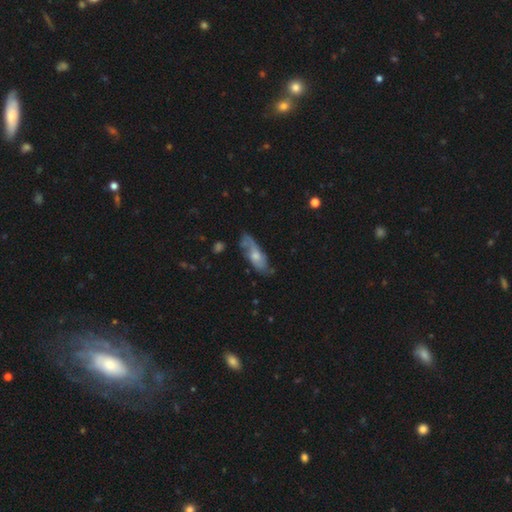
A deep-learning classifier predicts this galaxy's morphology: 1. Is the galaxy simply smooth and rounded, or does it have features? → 55% featured or disk, 38% smooth, 6% star or artifact.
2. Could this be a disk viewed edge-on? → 78% no, 22% yes.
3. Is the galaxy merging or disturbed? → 59% none, 27% minor disturbance, 10% major disturbance, 4% merger.